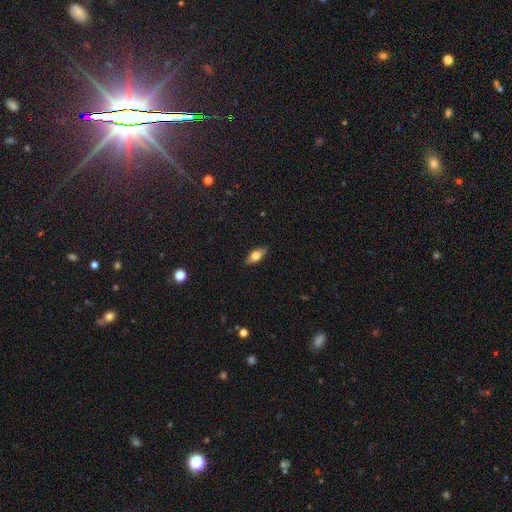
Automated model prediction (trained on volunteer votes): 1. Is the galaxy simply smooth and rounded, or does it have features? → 57% smooth, 35% featured or disk, 8% star or artifact.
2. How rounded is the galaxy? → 74% in between, 22% cigar-shaped, 5% round.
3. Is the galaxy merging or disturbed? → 86% none, 11% minor disturbance, 2% major disturbance, 1% merger.